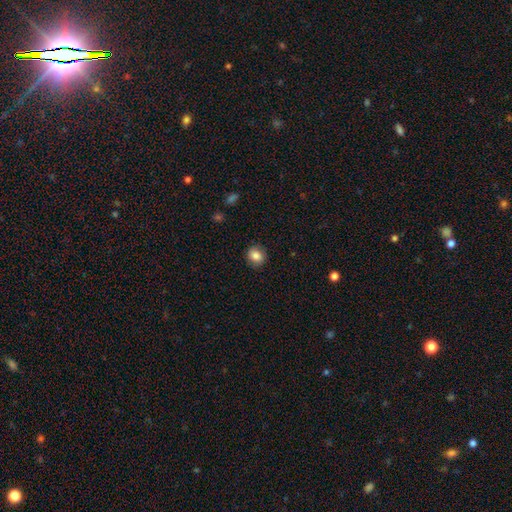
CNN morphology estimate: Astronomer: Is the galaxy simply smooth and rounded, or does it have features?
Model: smooth — 84%.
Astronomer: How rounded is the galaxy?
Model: round — 77%.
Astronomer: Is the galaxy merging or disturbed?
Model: none — 89%.